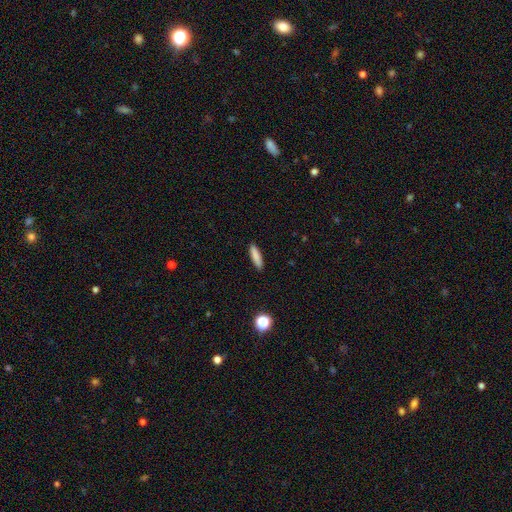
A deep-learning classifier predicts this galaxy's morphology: type=smooth (85%); roundness=cigar-shaped (76%); merging=none (90%).